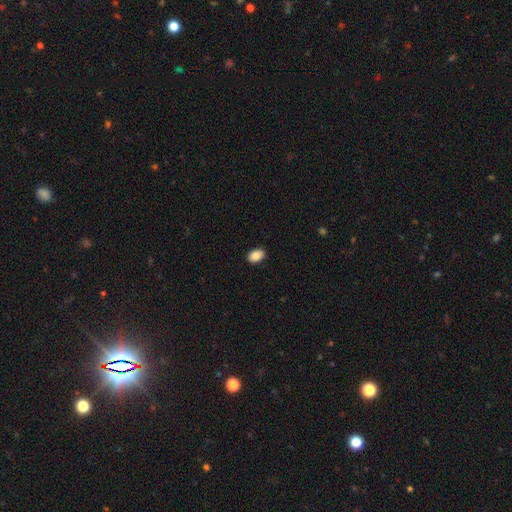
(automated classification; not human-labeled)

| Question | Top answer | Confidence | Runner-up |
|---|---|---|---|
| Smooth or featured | smooth | 86% | star or artifact (8%) |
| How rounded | in between | 85% | round (14%) |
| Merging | none | 89% | minor disturbance (9%) |